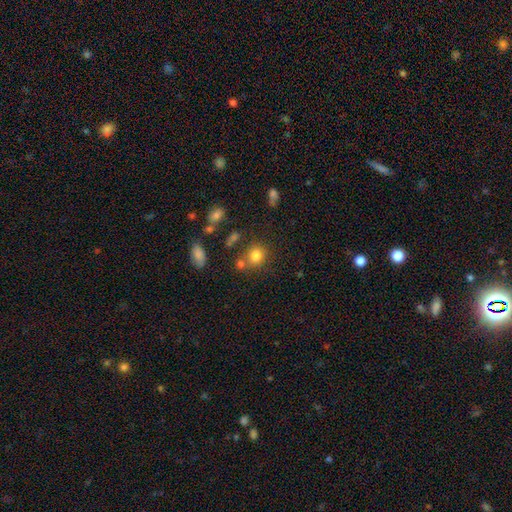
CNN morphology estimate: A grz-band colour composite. It shows a smooth galaxy with no disk features (79%) that is round (77%). Merging: none (64%).